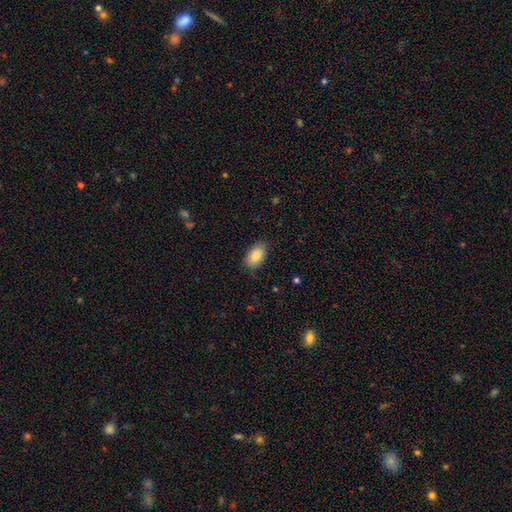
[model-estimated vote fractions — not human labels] This is clearly a smooth galaxy (84%). How rounded: clearly in between (91%). Merging: clearly none (84%).